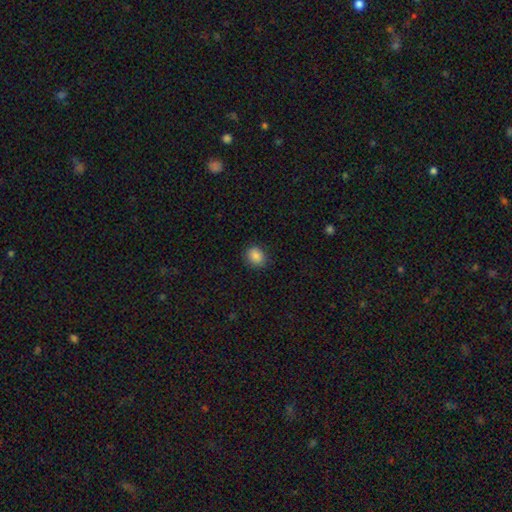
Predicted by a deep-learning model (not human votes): Smooth or featured? Predicted: smooth (p=0.85). How rounded? Predicted: round (p=0.64). Merging? Predicted: none (p=0.87).